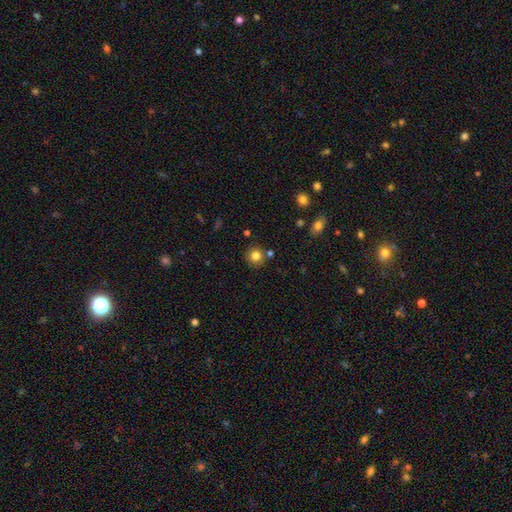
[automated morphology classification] The model was most divided on "smooth or featured": smooth: 80%, star or artifact: 12%, featured or disk: 7%. More confident: how rounded — round (92%); merging — none (82%).